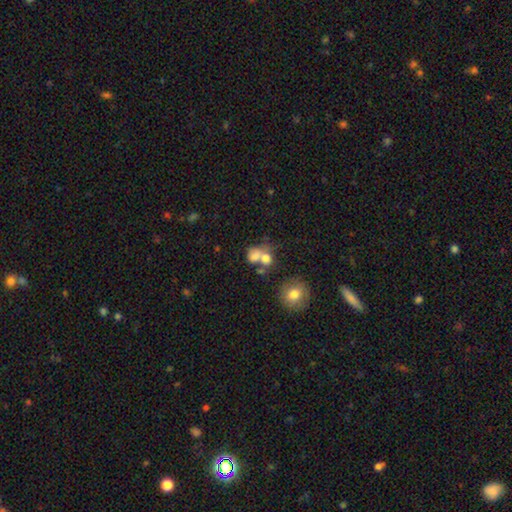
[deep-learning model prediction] Morphology: type=smooth (72%); roundness=round (57%); merging=merger (58%).